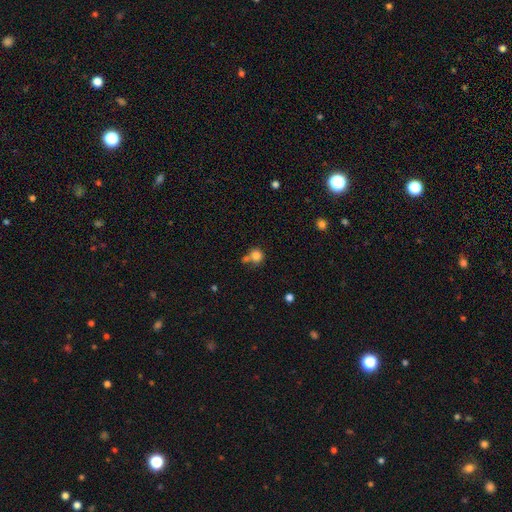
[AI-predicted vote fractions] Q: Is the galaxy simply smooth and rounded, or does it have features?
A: smooth — 82%.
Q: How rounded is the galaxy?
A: round — 87%.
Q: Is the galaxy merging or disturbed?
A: none — 53%.